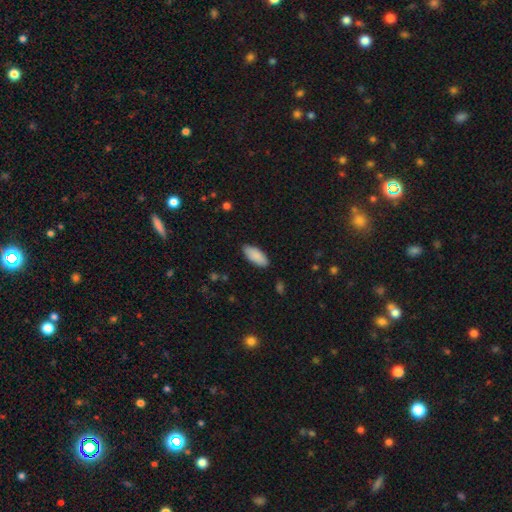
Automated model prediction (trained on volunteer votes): Morphology: type=smooth (89%); roundness=in between (86%); merging=none (87%).